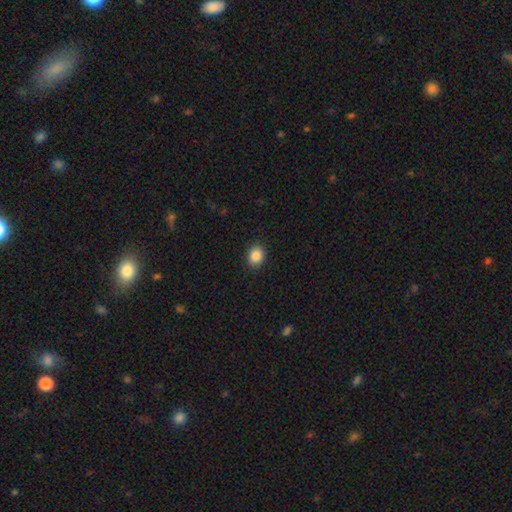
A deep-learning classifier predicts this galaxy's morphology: Overall: smooth (87%). How rounded: in between (51%; round 48%). Merging: none (91%).